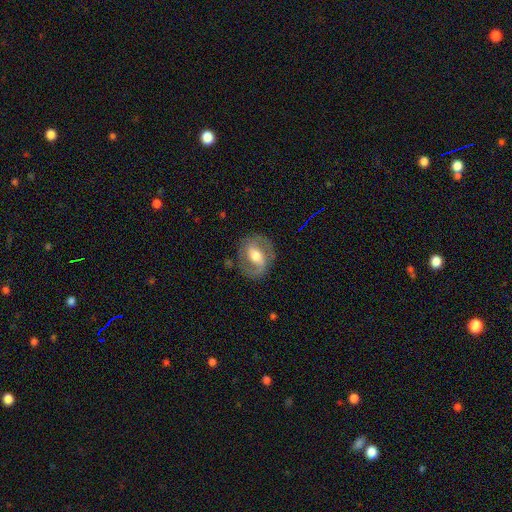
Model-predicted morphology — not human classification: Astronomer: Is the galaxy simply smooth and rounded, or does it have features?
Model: featured or disk — 73%.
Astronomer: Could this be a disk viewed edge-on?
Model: no — 96%.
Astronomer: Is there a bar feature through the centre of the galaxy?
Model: weak — 43% (runner-up: strong, 36%).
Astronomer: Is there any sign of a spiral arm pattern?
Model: yes — 85%.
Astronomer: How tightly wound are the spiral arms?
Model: medium — 50% (runner-up: tight, 26%).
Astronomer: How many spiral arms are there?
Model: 2 — 85%.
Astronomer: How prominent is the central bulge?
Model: moderate — 65%.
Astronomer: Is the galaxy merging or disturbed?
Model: none — 78%.